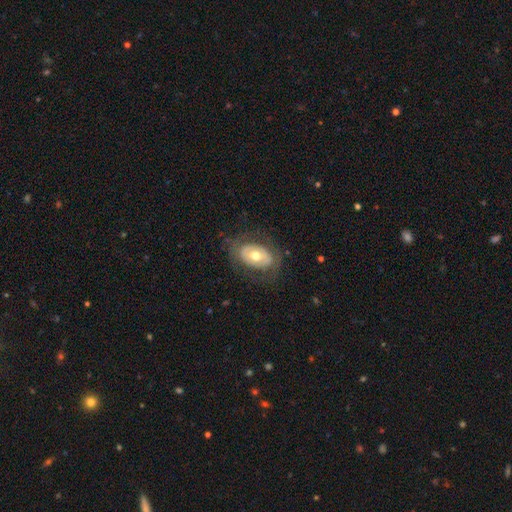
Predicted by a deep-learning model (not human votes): Morphology: type=featured or disk (49%); merging=none (74%).